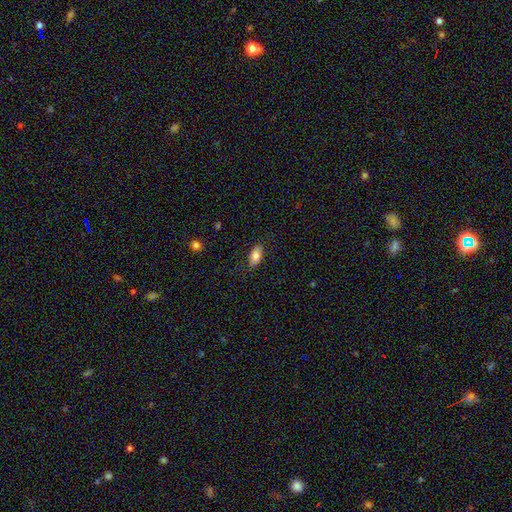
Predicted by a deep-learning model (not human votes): Smooth or featured: smooth — 80% (featured or disk — 13%)
How rounded: in between — 91% (cigar-shaped — 5%)
Merging: none — 83% (minor disturbance — 13%)